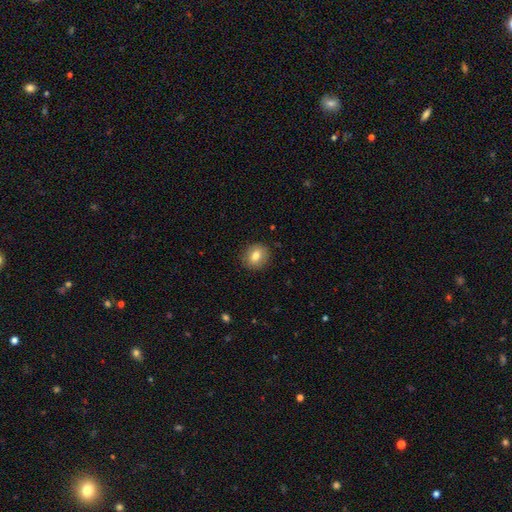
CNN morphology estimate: A smooth galaxy with no disk features (78%) that is round (72%).

Vote fractions:
- Smooth or featured? smooth: 78% / featured or disk: 13% / star or artifact: 9%
- How rounded? round: 72% / in between: 27% / cigar-shaped: 1%
- Merging? none: 89% / minor disturbance: 8% / major disturbance: 2% / merger: 1%